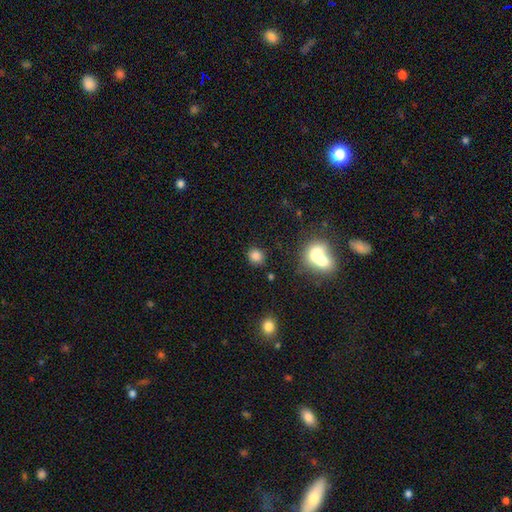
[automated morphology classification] The model was most divided on "how rounded": round: 72%, in between: 27%, cigar-shaped: 1%. More confident: smooth or featured — smooth (81%); merging — none (80%).